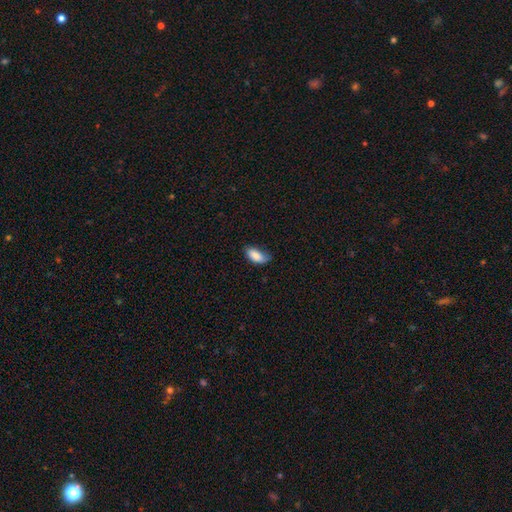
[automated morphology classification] Smooth or featured? Predicted: smooth (p=0.85). How rounded? Predicted: in between (p=0.91). Merging? Predicted: none (p=0.53).